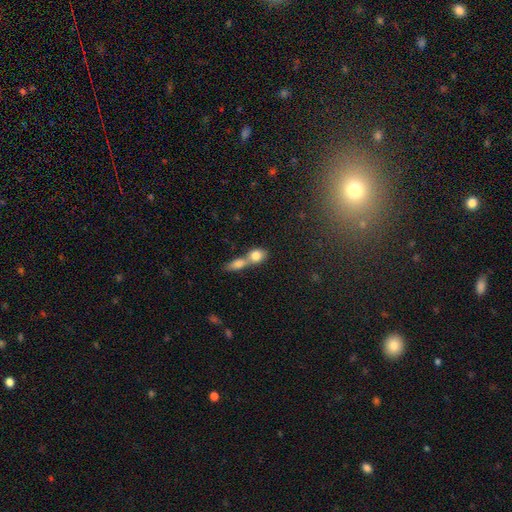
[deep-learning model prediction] Smooth or featured? Predicted: smooth (p=0.79). How rounded? Predicted: round (p=0.49). Merging? Predicted: merger (p=0.69).